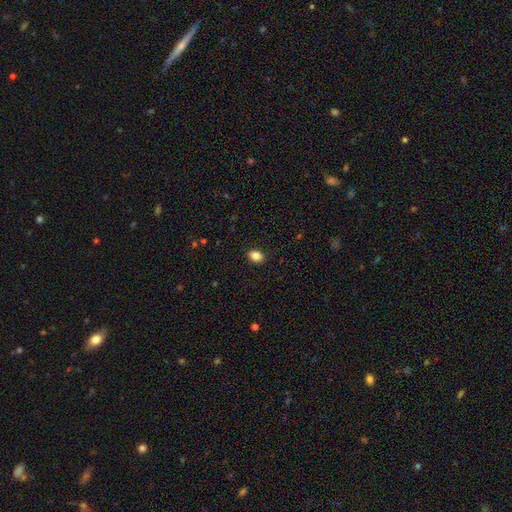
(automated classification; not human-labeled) Overall: smooth (85%). How rounded: in between (72%). Merging: none (90%).